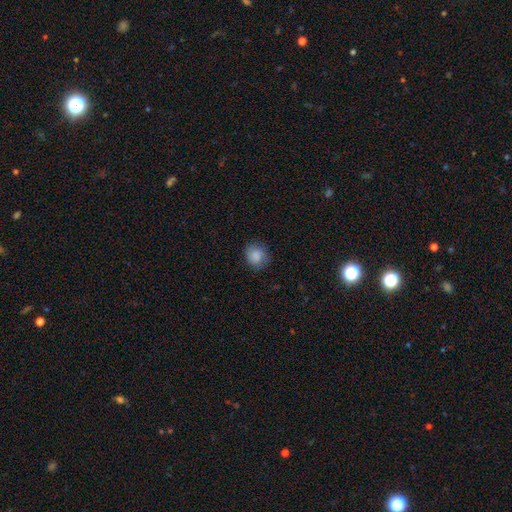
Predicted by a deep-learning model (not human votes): A smooth galaxy with no disk features (86%) that is round (80%).

Vote fractions:
- Smooth or featured? smooth: 86% / star or artifact: 8% / featured or disk: 6%
- How rounded? round: 80% / in between: 19% / cigar-shaped: 1%
- Merging? none: 82% / minor disturbance: 14% / major disturbance: 4% / merger: 1%